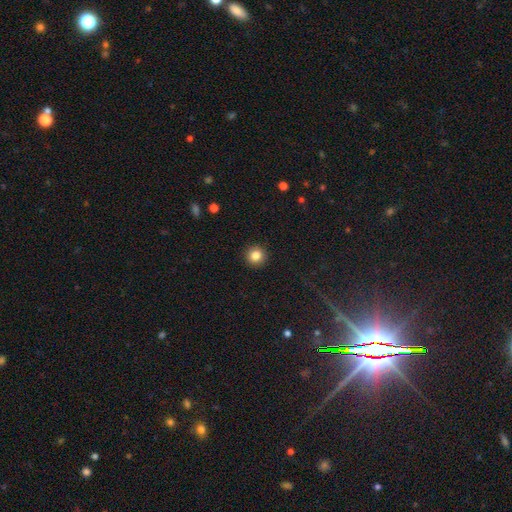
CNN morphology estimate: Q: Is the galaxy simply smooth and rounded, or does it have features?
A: smooth — 84%.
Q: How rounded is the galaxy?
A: round — 95%.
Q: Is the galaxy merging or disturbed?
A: none — 93%.